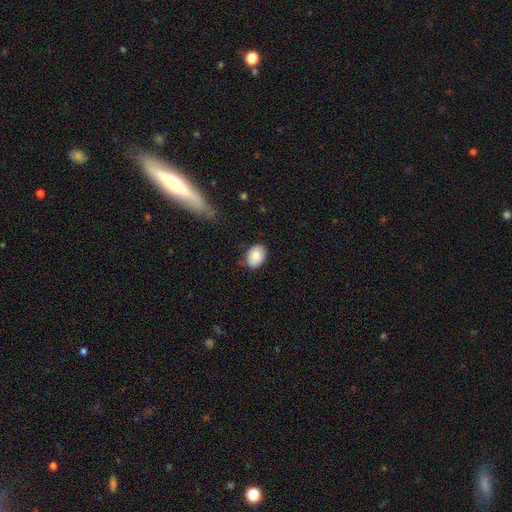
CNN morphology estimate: Smooth or featured? Predicted: smooth (p=0.77). How rounded? Predicted: in between (p=0.76). Merging? Predicted: none (p=0.83).